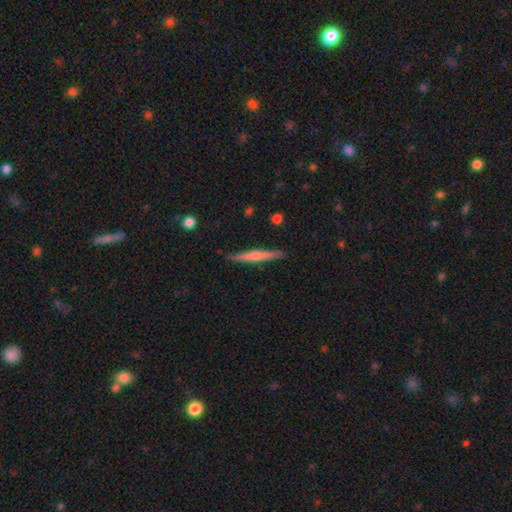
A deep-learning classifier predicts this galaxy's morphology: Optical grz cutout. It shows a featured or disk galaxy (48%). Merging: none (89%).